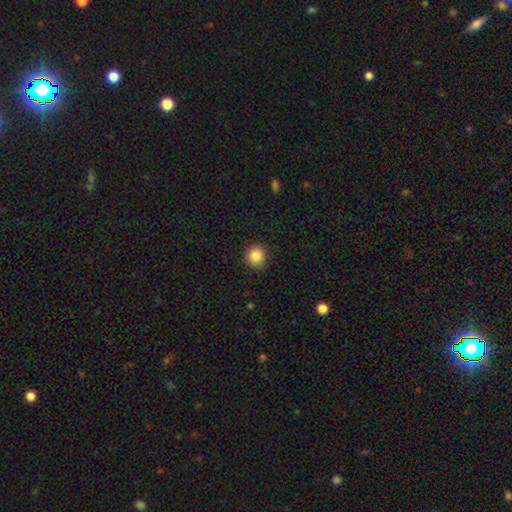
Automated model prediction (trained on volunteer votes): This appears to be a smooth galaxy with no disk features (86%) that is round (92%). Merging: none (87%).